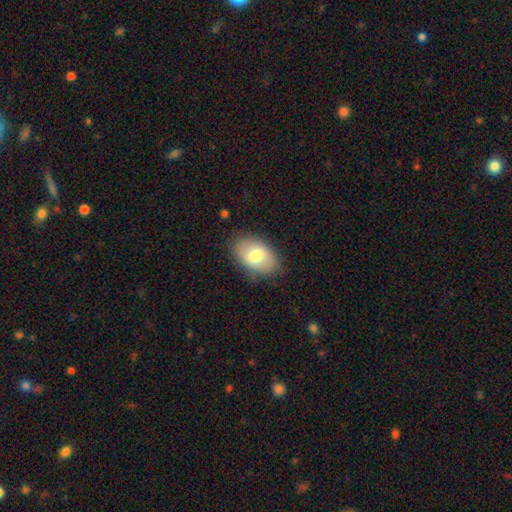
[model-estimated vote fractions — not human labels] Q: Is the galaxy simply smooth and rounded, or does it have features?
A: smooth — 73%.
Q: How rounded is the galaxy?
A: in between — 90%.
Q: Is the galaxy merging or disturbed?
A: none — 82%.